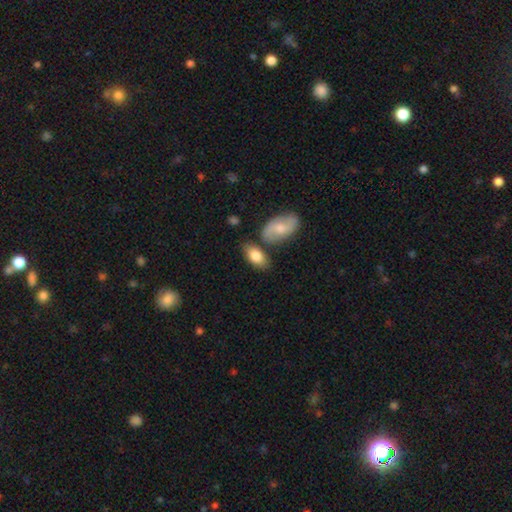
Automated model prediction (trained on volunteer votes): Morphology: type=smooth (80%); roundness=in between (93%); merging=none (67%).